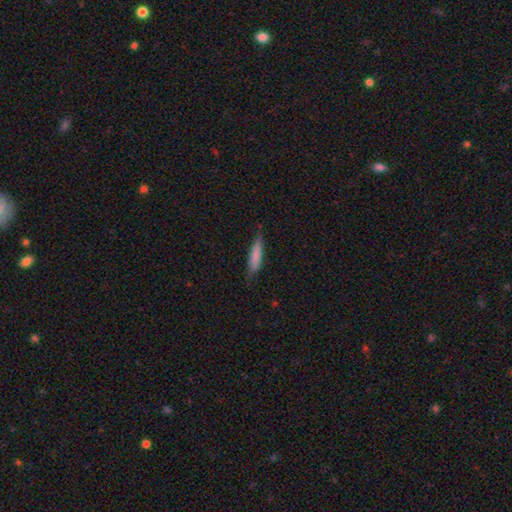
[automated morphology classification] This appears to be a smooth galaxy with no disk features (75%) that is cigar-shaped (78%). Merging: none (72%).